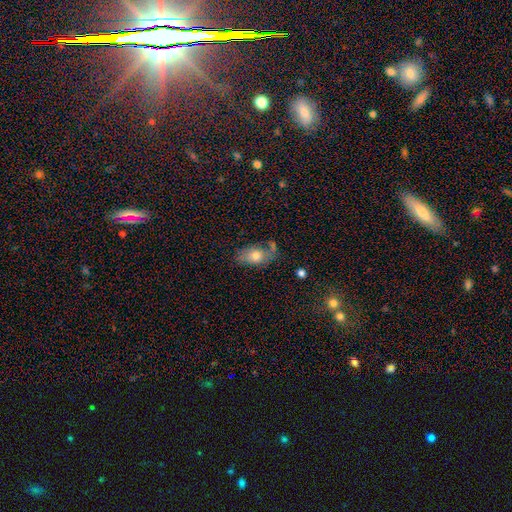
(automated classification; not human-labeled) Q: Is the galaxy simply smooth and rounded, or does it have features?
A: smooth — 69%.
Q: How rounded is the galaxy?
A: in between — 85%.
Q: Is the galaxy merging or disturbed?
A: none — 50%.